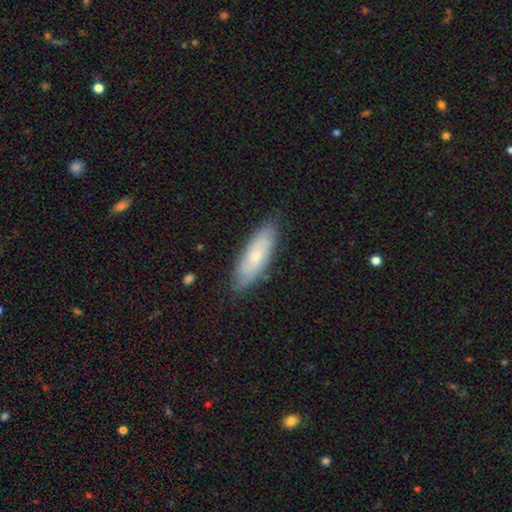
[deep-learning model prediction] A smooth galaxy with no disk features (50%).

Vote fractions:
- Smooth or featured? smooth: 50% / featured or disk: 43% / star or artifact: 7%
- Merging? none: 79% / minor disturbance: 17% / major disturbance: 3% / merger: 1%